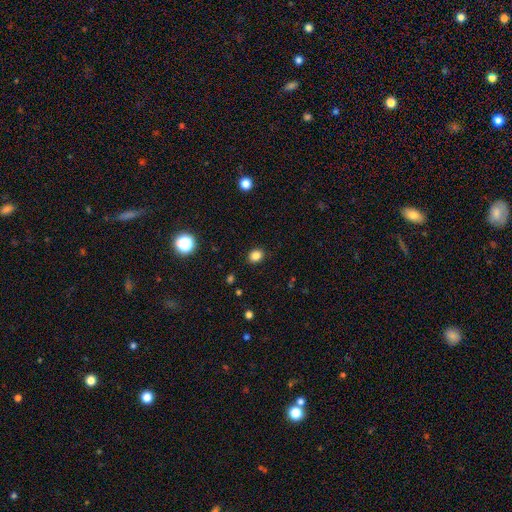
Smooth or featured? 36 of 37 (97%) said smooth. How rounded? 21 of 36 (58%) said round. Merging? 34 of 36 (94%) said none.